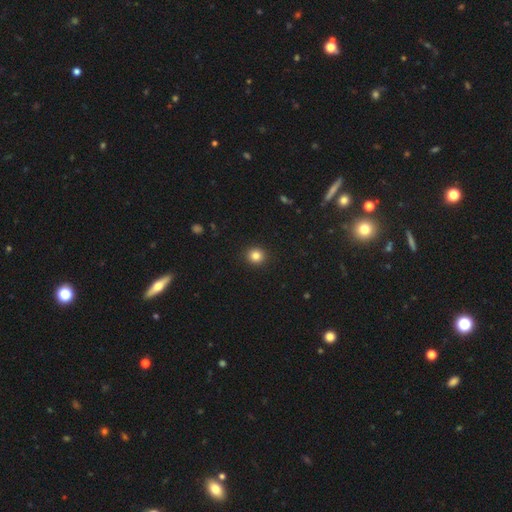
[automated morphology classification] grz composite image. It shows a smooth galaxy with no disk features (84%) that is round (89%). Merging: none (93%).